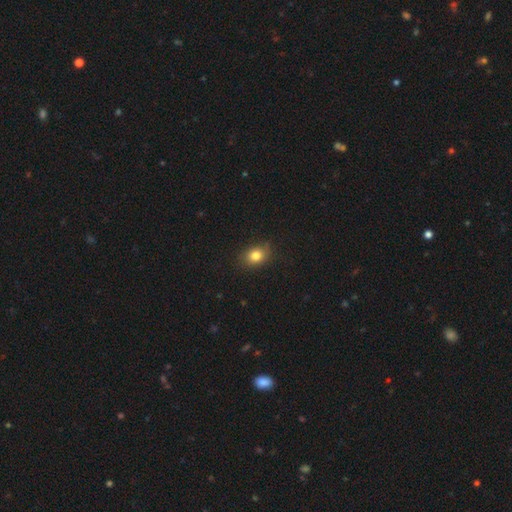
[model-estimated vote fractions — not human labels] This appears to be a smooth galaxy with no disk features (81%) that is in between round and cigar-shaped (56%). Merging: none (79%).